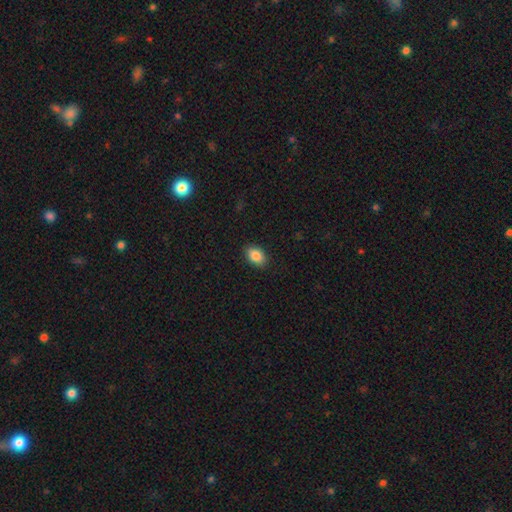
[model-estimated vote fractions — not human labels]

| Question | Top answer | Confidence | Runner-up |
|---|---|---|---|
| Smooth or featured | smooth | 87% | star or artifact (8%) |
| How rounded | in between | 86% | round (13%) |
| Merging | none | 89% | minor disturbance (8%) |